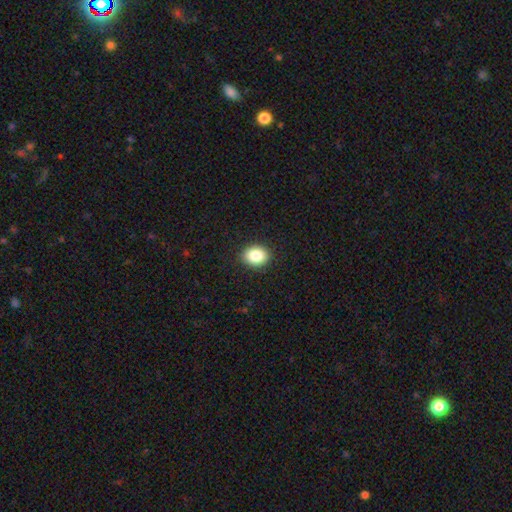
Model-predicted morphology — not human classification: A smooth galaxy with no disk features (86%) that is in between round and cigar-shaped (53%). Merging: none (90%).